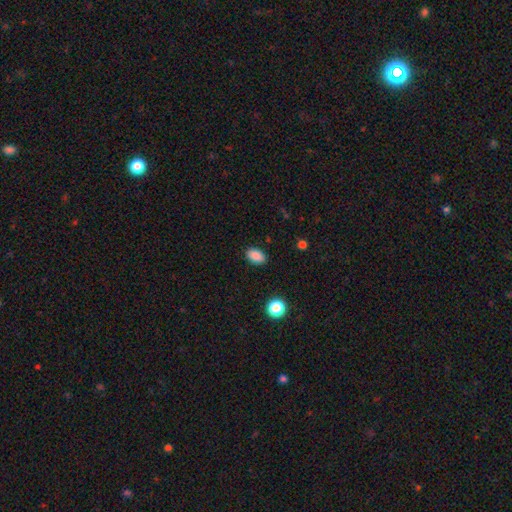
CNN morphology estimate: A smooth galaxy with no disk features (87%) that is in between round and cigar-shaped (86%). Merging: none (88%).